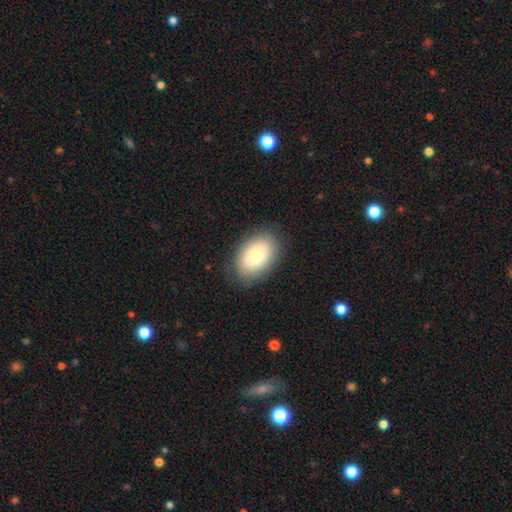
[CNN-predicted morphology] Q: Smooth or featured?
A: smooth (76%); runner-up: featured or disk (16%)
Q: How rounded?
A: in between (85%); runner-up: round (14%)
Q: Merging?
A: none (85%); runner-up: minor disturbance (11%)